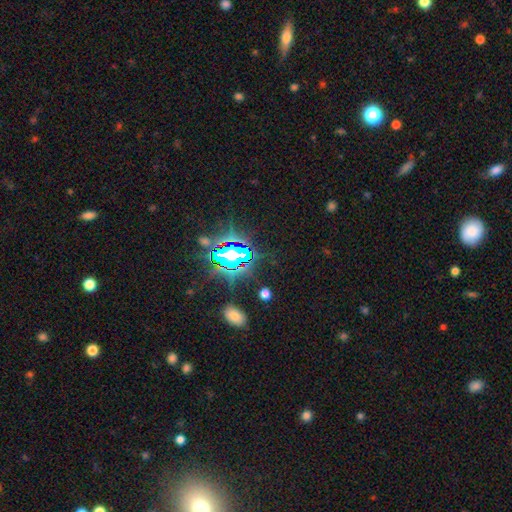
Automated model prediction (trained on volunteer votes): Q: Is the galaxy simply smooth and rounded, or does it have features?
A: star or artifact — 77%.